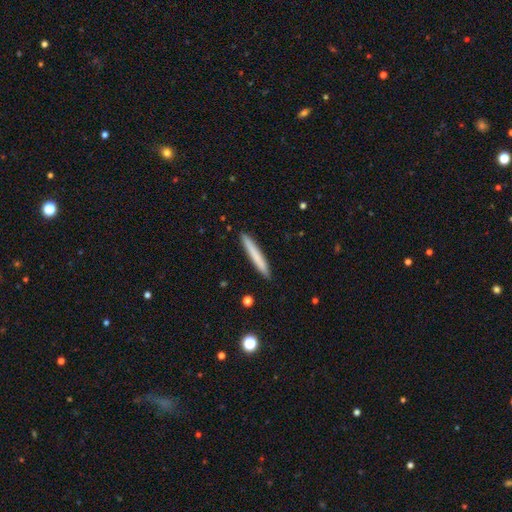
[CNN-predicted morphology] smooth_or_featured: smooth (p=0.73) [alt: featured or disk p=0.21]
how_rounded: cigar-shaped (p=0.97) [alt: in between p=0.02]
merging: none (p=0.91) [alt: minor disturbance p=0.06]